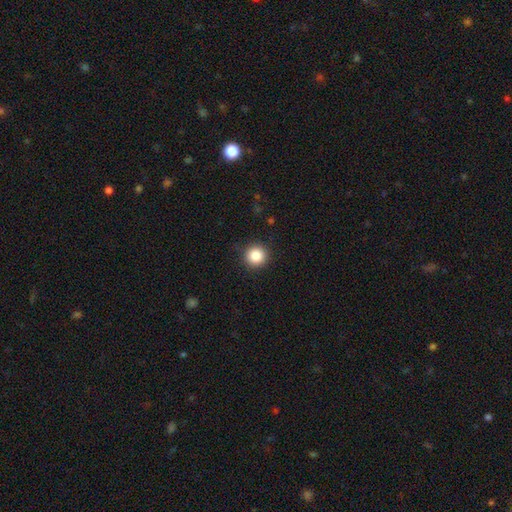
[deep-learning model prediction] This appears to be a smooth galaxy with no disk features (86%) that is round (95%). Merging: none (91%).